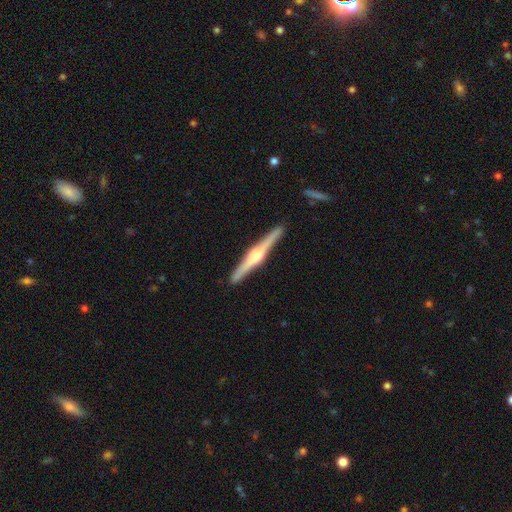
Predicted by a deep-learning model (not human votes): featured or disk 80%, smooth 16%, star or artifact 5%. Down the decision tree: edge-on disk — yes (98%); edge-on bulge — rounded (83%); merging — none (91%).